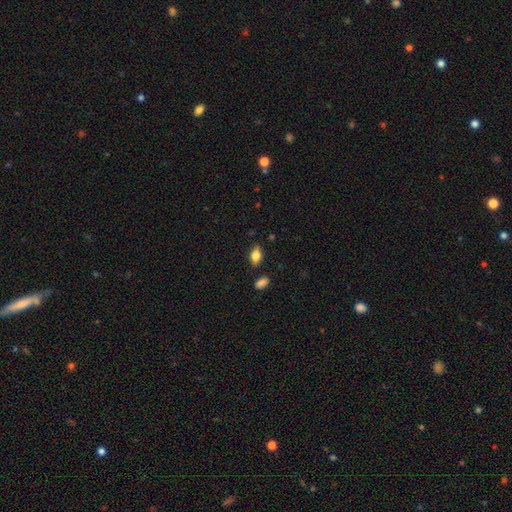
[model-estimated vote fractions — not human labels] The model was most divided on "smooth or featured": smooth: 72%, featured or disk: 19%, star or artifact: 9%. More confident: how rounded — in between (86%); merging — none (81%).